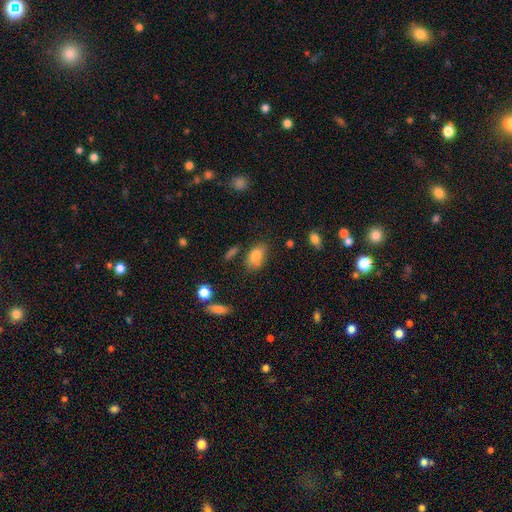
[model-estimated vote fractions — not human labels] Smooth or featured? smooth (80%)
How rounded? in between (89%)
Merging? none (73%)